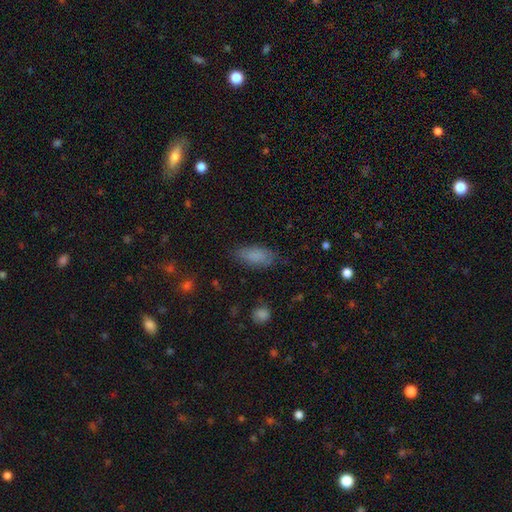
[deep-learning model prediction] Overall: smooth (82%). How rounded: in between (86%). Merging: none (77%).